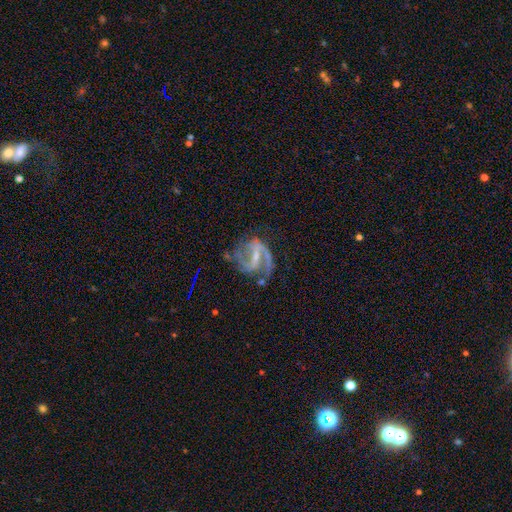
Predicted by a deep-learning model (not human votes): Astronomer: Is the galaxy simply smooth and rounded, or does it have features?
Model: featured or disk — 88%.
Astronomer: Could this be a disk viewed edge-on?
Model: no — 97%.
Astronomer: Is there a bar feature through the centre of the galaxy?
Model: strong — 49% (runner-up: weak, 40%).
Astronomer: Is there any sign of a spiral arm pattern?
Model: yes — 95%.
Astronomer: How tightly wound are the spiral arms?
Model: medium — 52% (runner-up: loose, 29%).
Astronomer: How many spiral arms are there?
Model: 2 — 78%.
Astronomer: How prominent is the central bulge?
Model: small — 57%.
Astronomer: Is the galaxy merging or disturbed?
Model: none — 55%.